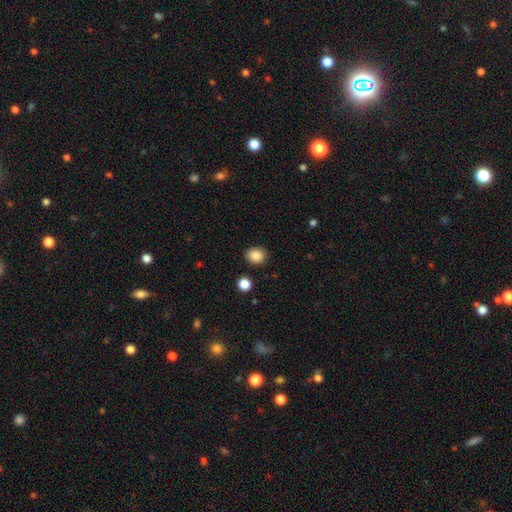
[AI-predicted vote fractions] smooth_or_featured: smooth (p=0.87) [alt: star or artifact p=0.09]
how_rounded: round (p=0.64) [alt: in between p=0.35]
merging: none (p=0.87) [alt: minor disturbance p=0.09]